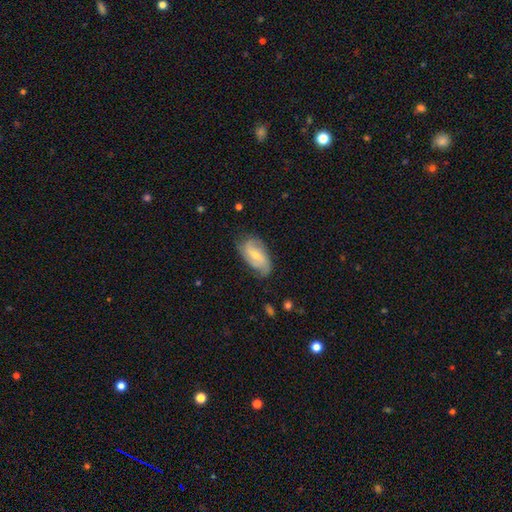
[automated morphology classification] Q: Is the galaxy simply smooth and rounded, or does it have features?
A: featured or disk — 60%.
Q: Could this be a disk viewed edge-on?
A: no — 94%.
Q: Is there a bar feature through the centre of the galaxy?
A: weak — 47%.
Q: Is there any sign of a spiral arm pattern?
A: yes — 89%.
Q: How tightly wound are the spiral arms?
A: medium — 43%.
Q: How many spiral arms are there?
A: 2 — 54%.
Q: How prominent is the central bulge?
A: small — 55%.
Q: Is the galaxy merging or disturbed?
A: none — 68%.